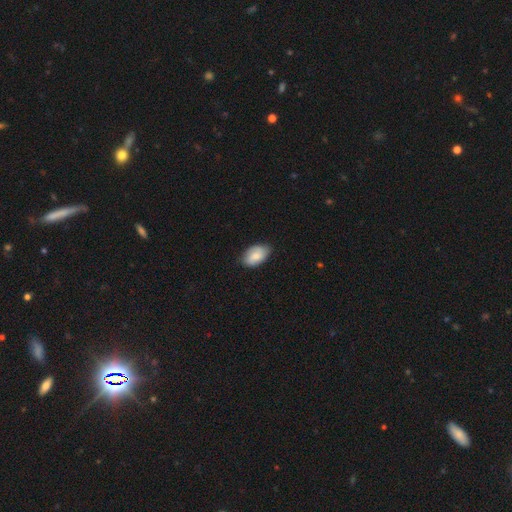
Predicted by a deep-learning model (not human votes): smooth_or_featured: smooth (p=0.77) [alt: featured or disk p=0.17]
how_rounded: in between (p=0.93) [alt: round p=0.06]
merging: none (p=0.78) [alt: minor disturbance p=0.18]